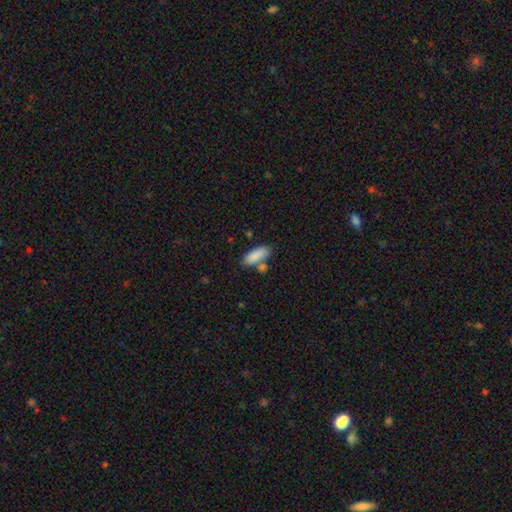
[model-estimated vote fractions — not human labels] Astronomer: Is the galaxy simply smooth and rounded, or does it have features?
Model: smooth — 87%.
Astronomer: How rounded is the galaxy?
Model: in between — 76%.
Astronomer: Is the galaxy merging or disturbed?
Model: none — 66%.